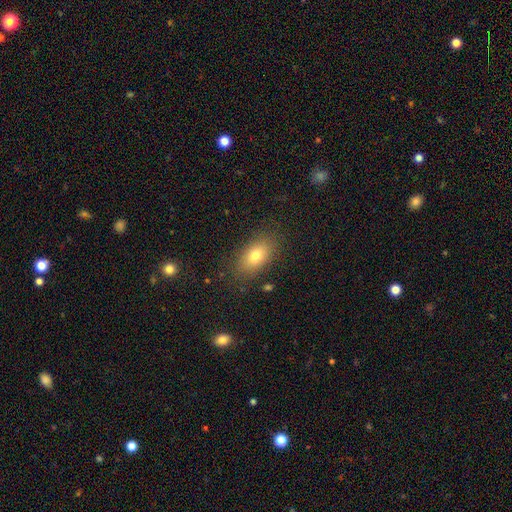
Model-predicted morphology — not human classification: smooth_or_featured: smooth (p=0.76) [alt: featured or disk p=0.14]
how_rounded: in between (p=0.86) [alt: round p=0.10]
merging: none (p=0.83) [alt: minor disturbance p=0.11]